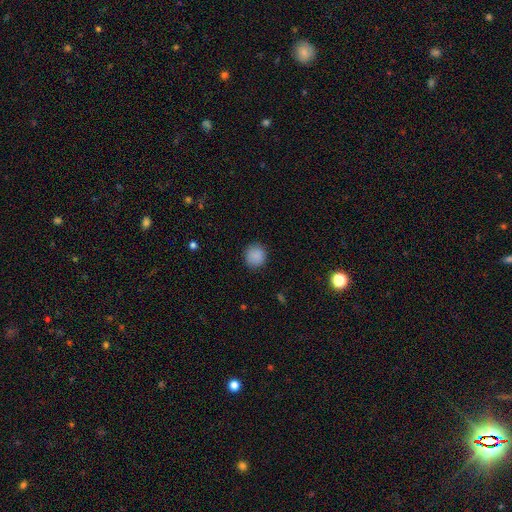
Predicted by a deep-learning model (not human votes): Morphology: type=smooth (88%); roundness=round (90%); merging=none (89%).